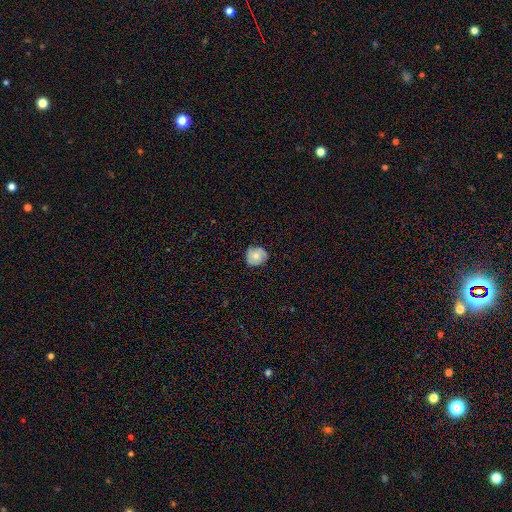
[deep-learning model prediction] Overall: smooth (77%). How rounded: round (85%). Merging: none (79%).